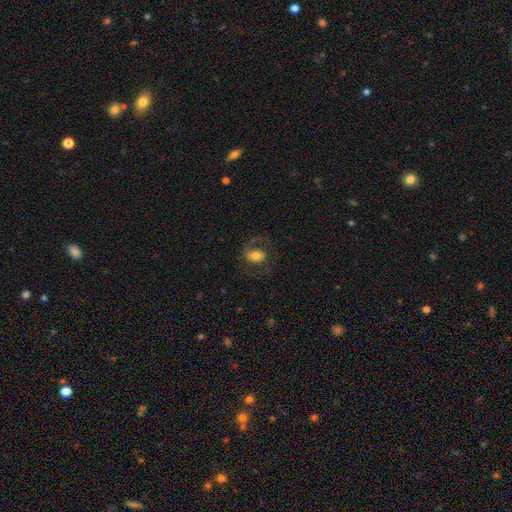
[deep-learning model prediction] A smooth galaxy with no disk features (62%) that is in between round and cigar-shaped (74%).

Vote fractions:
- Smooth or featured? smooth: 62% / featured or disk: 29% / star or artifact: 9%
- How rounded? in between: 74% / round: 25% / cigar-shaped: 1%
- Merging? none: 67% / minor disturbance: 16% / major disturbance: 16% / merger: 2%